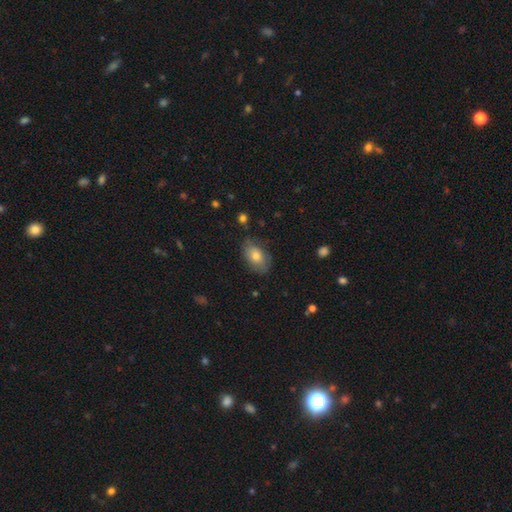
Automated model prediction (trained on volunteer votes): Smooth or featured: smooth — 73% (featured or disk — 19%)
How rounded: in between — 88% (round — 10%)
Merging: none — 73% (minor disturbance — 20%)